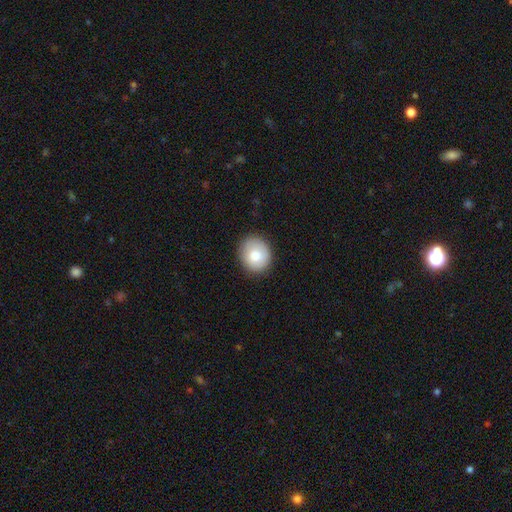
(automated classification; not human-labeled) Q: Smooth or featured?
A: smooth (80%); runner-up: featured or disk (12%)
Q: How rounded?
A: round (73%); runner-up: in between (26%)
Q: Merging?
A: none (86%); runner-up: minor disturbance (10%)